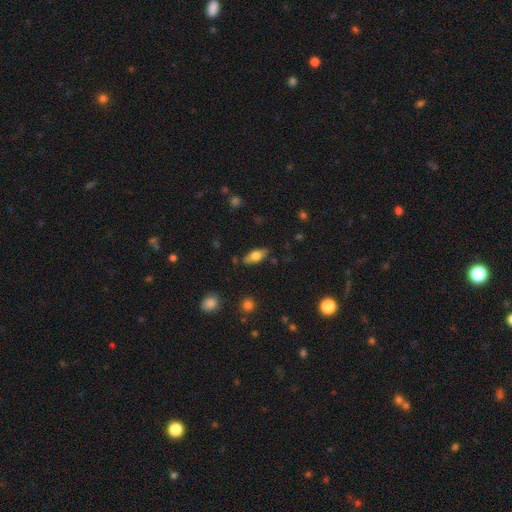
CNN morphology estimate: A smooth galaxy with no disk features (69%) that is in between round and cigar-shaped (82%). Merging: none (81%).